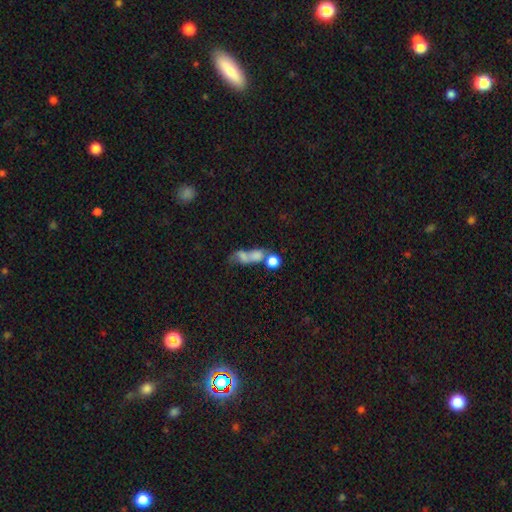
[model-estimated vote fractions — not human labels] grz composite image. It shows a smooth galaxy with no disk features (61%) that is in between round and cigar-shaped (52%). Merging: merger (52%).